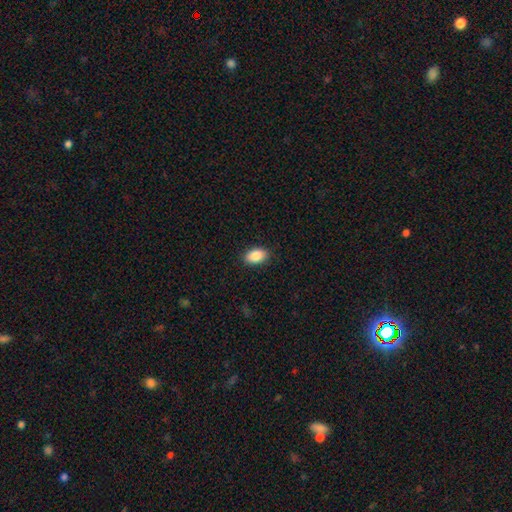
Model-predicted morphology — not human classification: Smooth or featured?
  - smooth: 88% *
  - star or artifact: 7%
  - featured or disk: 4%
How rounded?
  - in between: 92% *
  - round: 6%
  - cigar-shaped: 2%
Merging?
  - none: 89% *
  - minor disturbance: 8%
  - major disturbance: 2%
  - merger: 1%